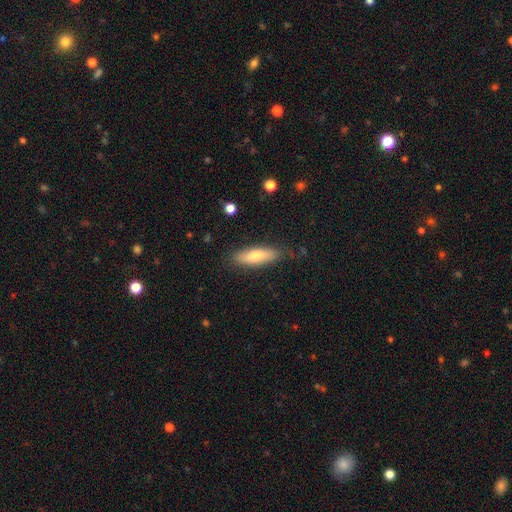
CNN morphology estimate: smooth-or-featured: smooth: 70% | featured or disk: 24% | star or artifact: 6%
  how-rounded: cigar-shaped: 55% | in between: 43% | round: 2%
  merging: none: 82% | minor disturbance: 14% | major disturbance: 3% | merger: 1%